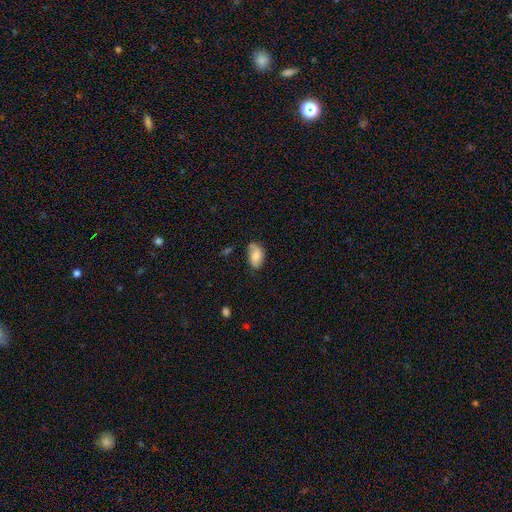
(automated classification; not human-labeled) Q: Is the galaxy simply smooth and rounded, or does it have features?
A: smooth — 74%.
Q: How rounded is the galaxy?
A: in between — 91%.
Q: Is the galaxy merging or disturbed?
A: none — 54%.